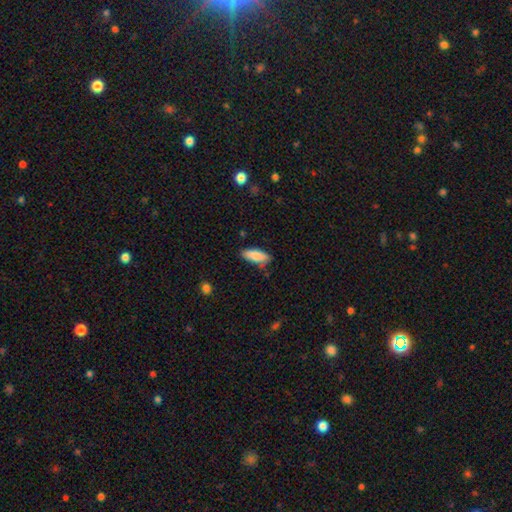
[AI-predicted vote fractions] This is clearly a smooth galaxy (85%). How rounded: likely in between (72%). Merging: likely none (77%).